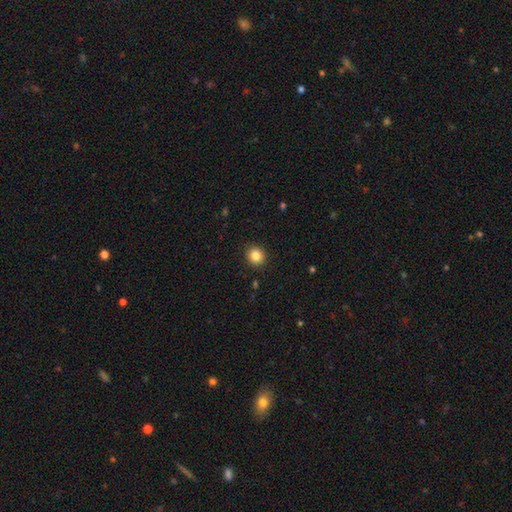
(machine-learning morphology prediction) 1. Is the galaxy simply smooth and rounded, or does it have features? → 84% smooth, 10% star or artifact, 5% featured or disk.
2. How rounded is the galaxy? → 87% round, 12% in between, 1% cigar-shaped.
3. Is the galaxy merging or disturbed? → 92% none, 6% minor disturbance, 2% major disturbance, 1% merger.